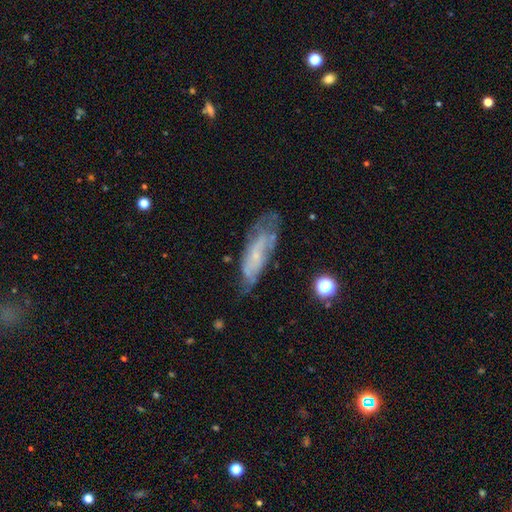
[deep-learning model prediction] Morphology: type=featured or disk (57%); edge-on=no (75%); merging=none (54%).